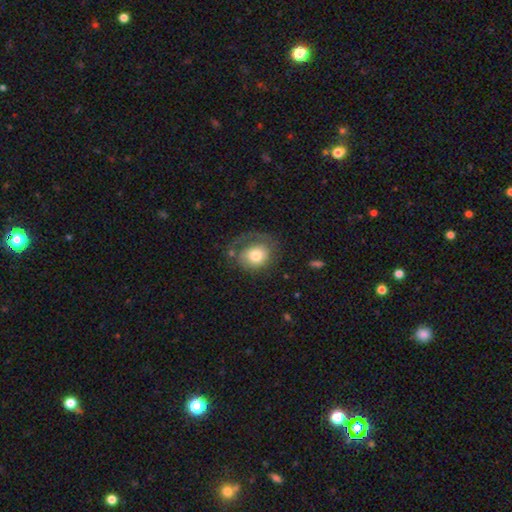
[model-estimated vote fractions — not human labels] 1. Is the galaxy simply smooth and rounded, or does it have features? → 61% smooth, 31% featured or disk, 8% star or artifact.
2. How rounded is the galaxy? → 60% round, 39% in between, 1% cigar-shaped.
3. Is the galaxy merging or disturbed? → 44% none, 29% major disturbance, 23% minor disturbance, 4% merger.